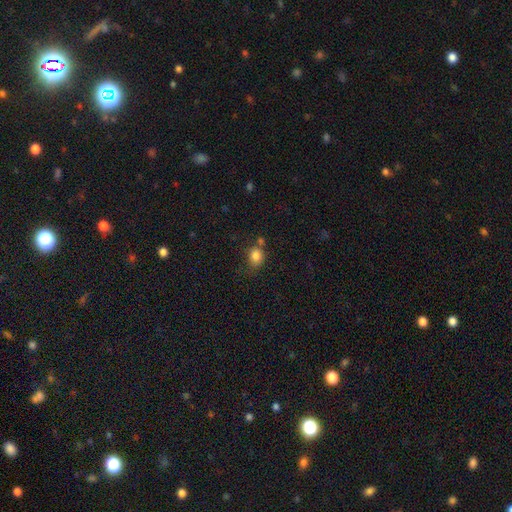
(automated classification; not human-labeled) This appears to be a smooth galaxy with no disk features (83%) that is round (59%). Merging: none (58%).